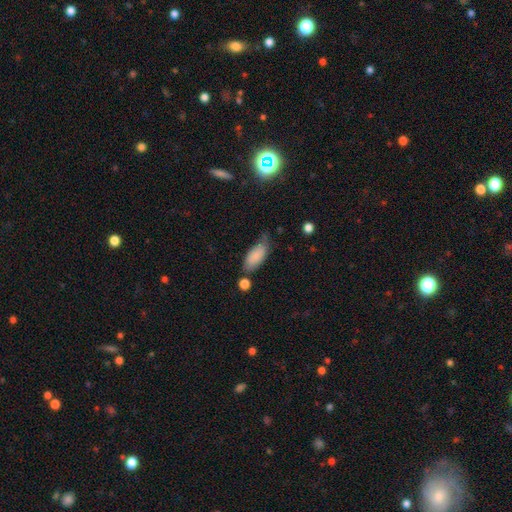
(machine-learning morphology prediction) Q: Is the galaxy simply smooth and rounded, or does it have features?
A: smooth — 84%.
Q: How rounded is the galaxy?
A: in between — 87%.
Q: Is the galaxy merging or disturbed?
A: none — 53%.